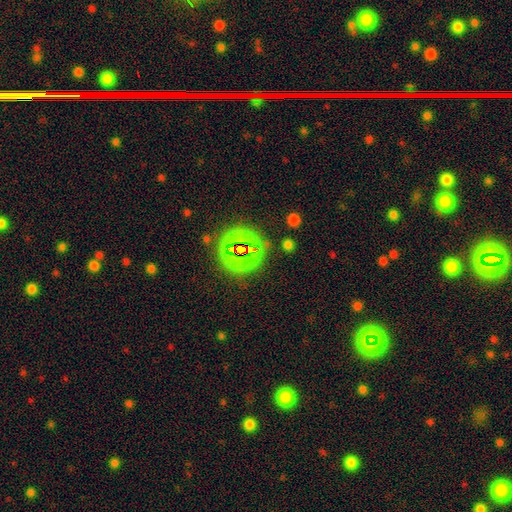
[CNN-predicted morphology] Overall: star or artifact (74%).